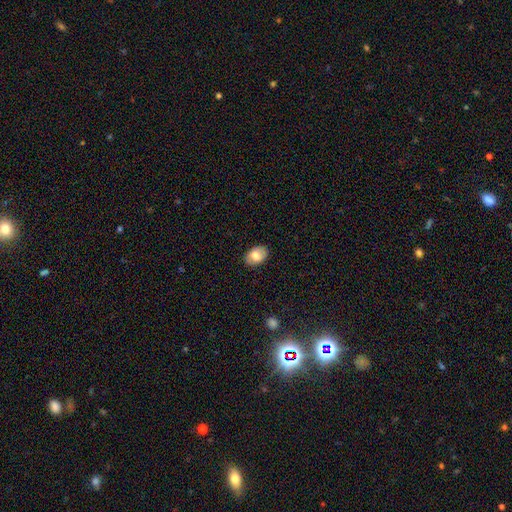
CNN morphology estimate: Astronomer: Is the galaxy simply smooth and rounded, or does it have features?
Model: smooth — 72%.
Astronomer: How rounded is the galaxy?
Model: in between — 84%.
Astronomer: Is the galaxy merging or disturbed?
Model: none — 86%.